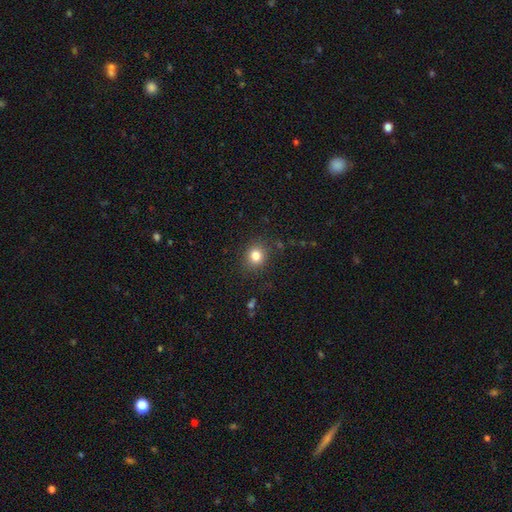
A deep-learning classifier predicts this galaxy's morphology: Smooth or featured? Predicted: smooth (p=0.81). How rounded? Predicted: round (p=0.80). Merging? Predicted: none (p=0.87).